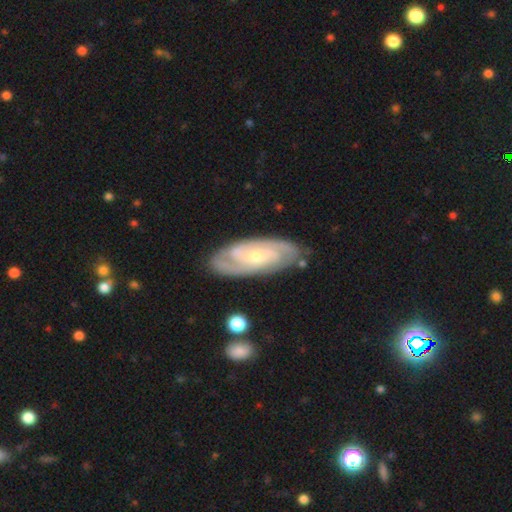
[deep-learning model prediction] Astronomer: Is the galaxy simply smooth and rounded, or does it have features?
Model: featured or disk — 83%.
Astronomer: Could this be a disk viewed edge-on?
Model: no — 93%.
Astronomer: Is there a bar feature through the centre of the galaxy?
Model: no — 53% (runner-up: weak, 36%).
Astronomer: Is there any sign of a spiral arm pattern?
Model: yes — 95%.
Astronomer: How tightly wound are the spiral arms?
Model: tight — 63%.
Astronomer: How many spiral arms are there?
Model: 2 — 52%.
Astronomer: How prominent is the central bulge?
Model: small — 58% (runner-up: moderate, 38%).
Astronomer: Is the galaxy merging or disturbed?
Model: none — 81%.